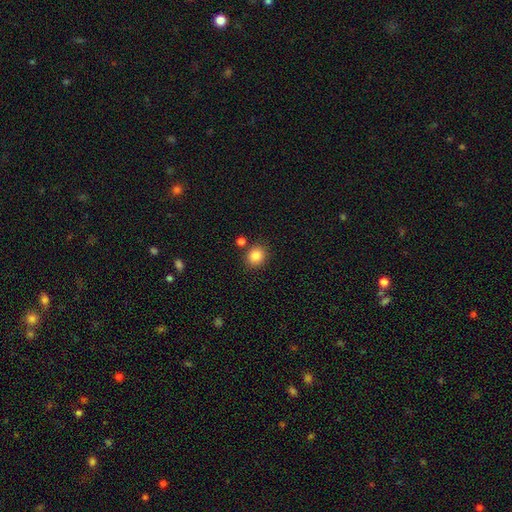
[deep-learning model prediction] Smooth or featured? smooth (85%)
How rounded? round (76%)
Merging? none (83%)